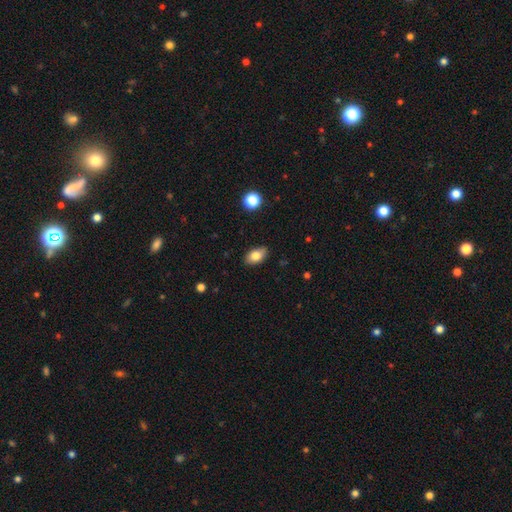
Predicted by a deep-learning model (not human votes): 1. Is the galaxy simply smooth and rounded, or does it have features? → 81% smooth, 11% featured or disk, 8% star or artifact.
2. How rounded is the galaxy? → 90% in between, 8% round, 2% cigar-shaped.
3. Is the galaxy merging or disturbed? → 87% none, 10% minor disturbance, 2% major disturbance, 1% merger.